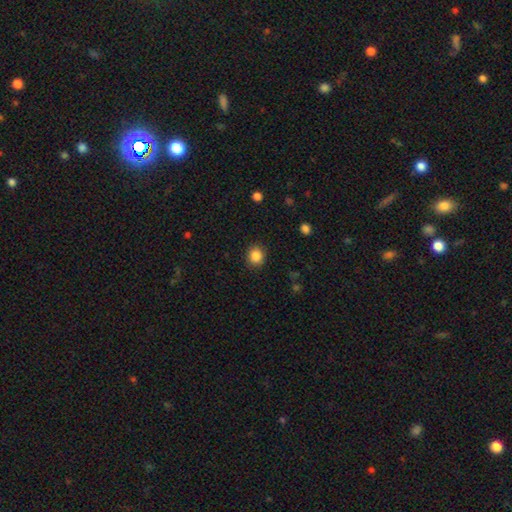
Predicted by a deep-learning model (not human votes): smooth_or_featured: smooth (p=0.86) [alt: star or artifact p=0.10]
how_rounded: round (p=0.83) [alt: in between p=0.16]
merging: none (p=0.89) [alt: minor disturbance p=0.07]